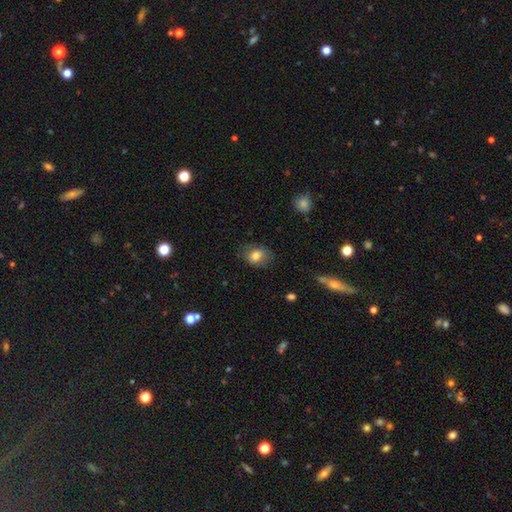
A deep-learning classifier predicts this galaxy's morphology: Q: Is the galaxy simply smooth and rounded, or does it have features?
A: smooth — 78%.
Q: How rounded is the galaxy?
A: in between — 66%.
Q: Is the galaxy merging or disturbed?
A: none — 72%.